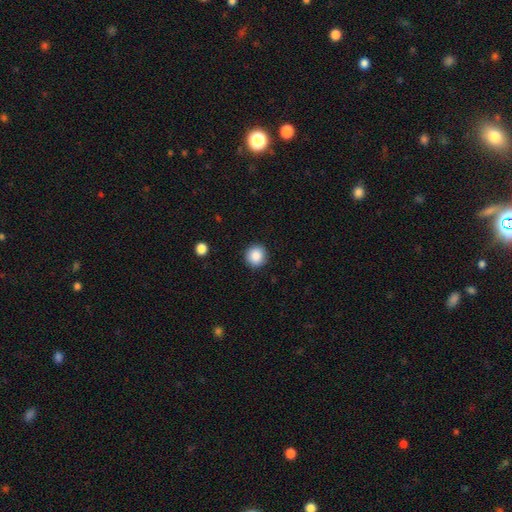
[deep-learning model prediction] Smooth or featured? smooth (88%)
How rounded? round (94%)
Merging? none (91%)